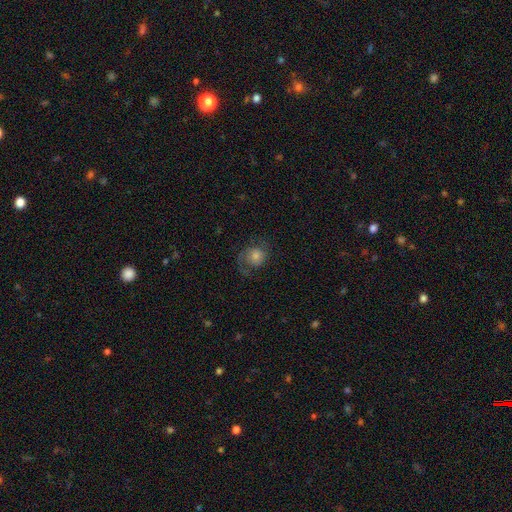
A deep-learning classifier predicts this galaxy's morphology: Overall: featured or disk (52%; smooth 38%). Edge-on disk: no (97%). Bar: no (77%). Spiral arms: yes (86%). Bulge size: moderate (44%; small 35%). Merging: none (59%; major disturbance 21%).